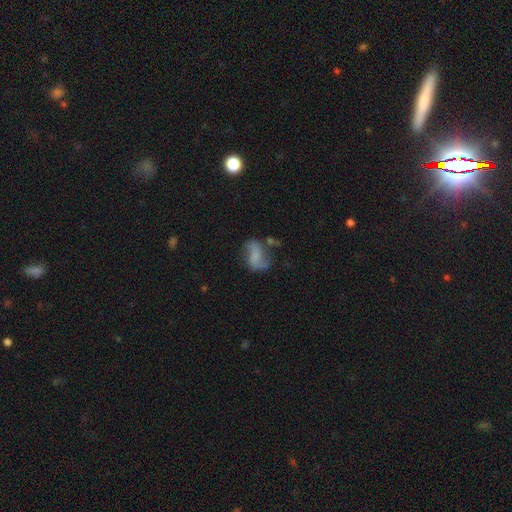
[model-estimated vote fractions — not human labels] featured or disk 59%, smooth 30%, star or artifact 11%. Down the decision tree: edge-on disk — no (97%); bar — no (45%); spiral arms — yes (82%); bulge size — none (66%); merging — none (51%).